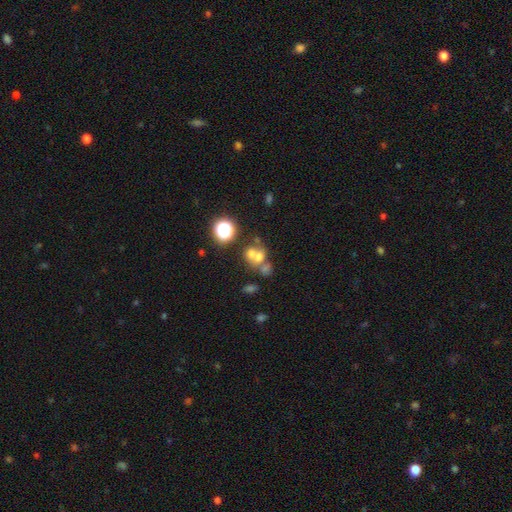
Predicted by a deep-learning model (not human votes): Smooth or featured: smooth — 57% (featured or disk — 21%)
How rounded: round — 69% (in between — 30%)
Merging: merger — 54% (none — 32%)